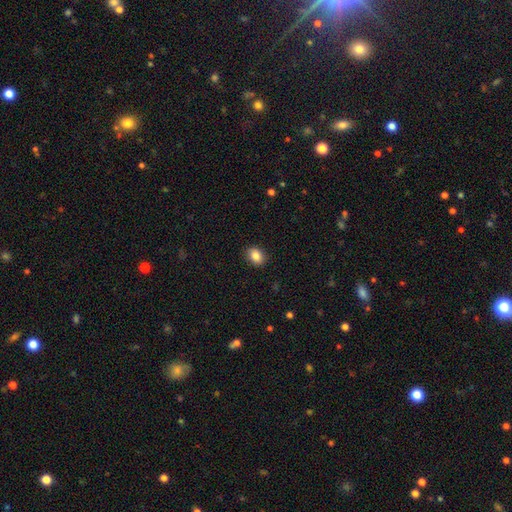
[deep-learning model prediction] Overall: smooth (86%). How rounded: in between (68%; round 31%). Merging: none (89%).